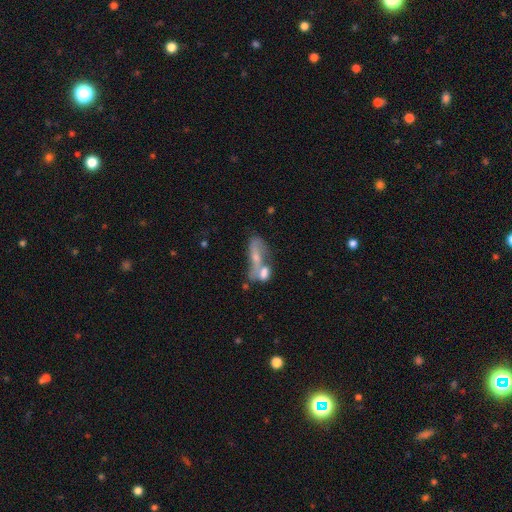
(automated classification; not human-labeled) Smooth or featured: smooth — 52% (featured or disk — 38%)
How rounded: in between — 69% (cigar-shaped — 24%)
Merging: merger — 62% (none — 17%)